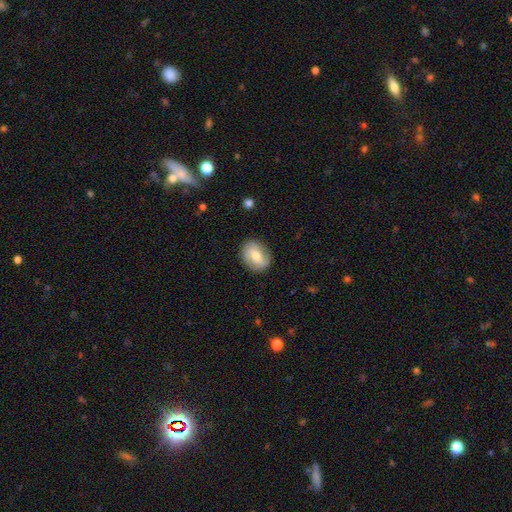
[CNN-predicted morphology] Smooth or featured: smooth — 54% (featured or disk — 40%)
How rounded: in between — 57% (round — 42%)
Merging: none — 84% (minor disturbance — 11%)